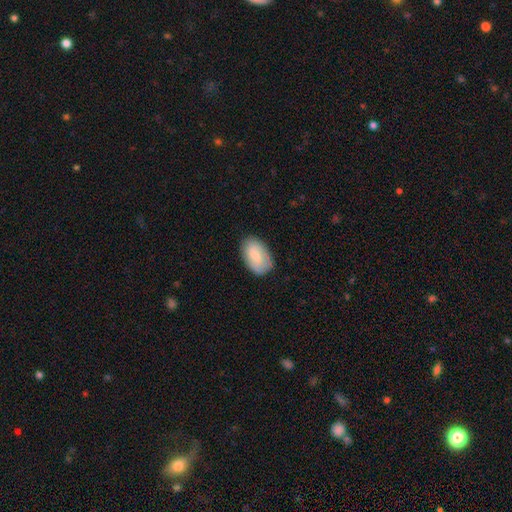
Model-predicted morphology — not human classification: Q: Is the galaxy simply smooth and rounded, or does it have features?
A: smooth — 74%.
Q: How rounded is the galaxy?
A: in between — 92%.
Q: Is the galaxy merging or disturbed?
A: none — 80%.